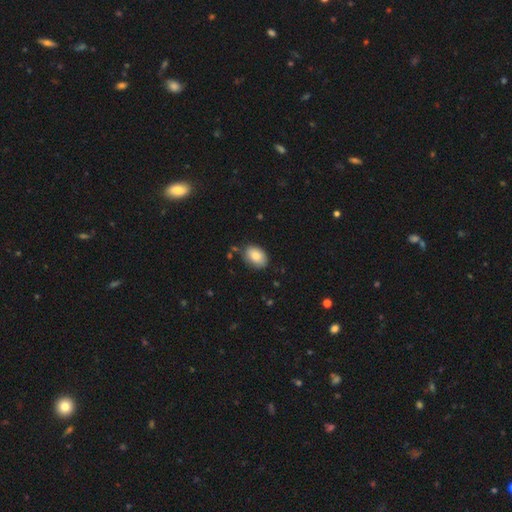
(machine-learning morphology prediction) Smooth or featured: smooth — 85% (featured or disk — 8%)
How rounded: in between — 84% (round — 15%)
Merging: none — 77% (minor disturbance — 17%)